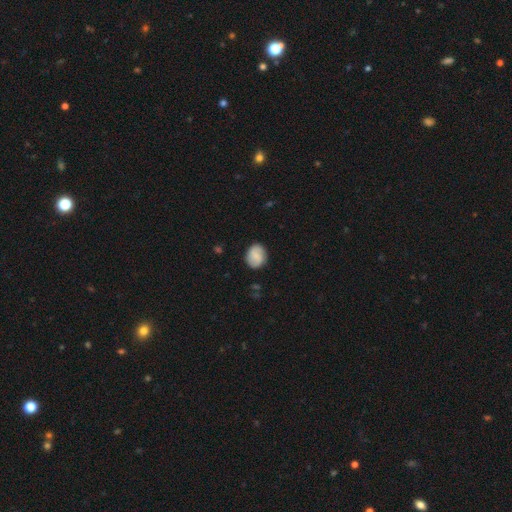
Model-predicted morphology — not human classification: Smooth or featured? smooth (63%)
How rounded? round (56%)
Merging? none (82%)